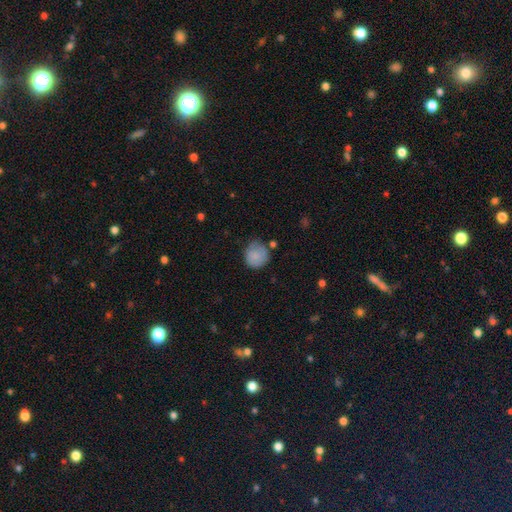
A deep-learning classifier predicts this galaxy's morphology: A smooth galaxy with no disk features (83%) that is round (86%). Merging: none (63%).